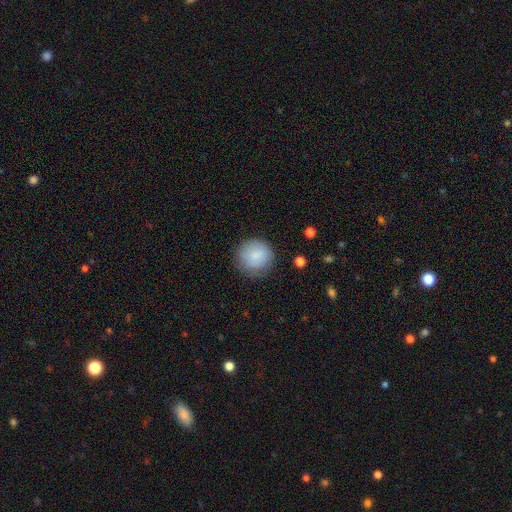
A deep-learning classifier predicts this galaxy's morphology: Smooth or featured: smooth — 86% (star or artifact — 7%)
How rounded: round — 93% (in between — 6%)
Merging: none — 83% (minor disturbance — 12%)